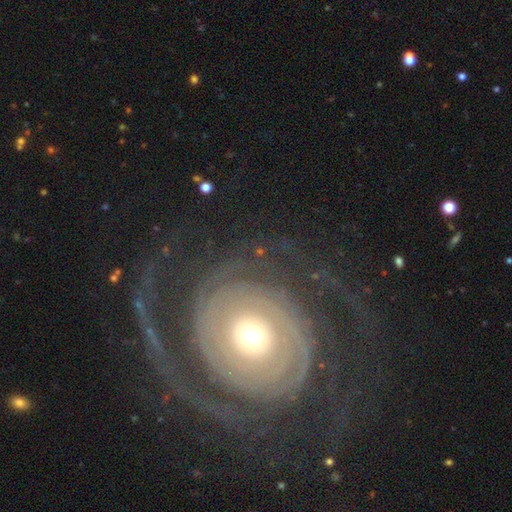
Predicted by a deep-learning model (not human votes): The model was most divided on "spiral arm count": 2: 39%, can't tell: 23%, 3: 12%, more than 4: 9%, 4: 9%, 1: 9%. More confident: edge-on disk — no (97%); spiral arms — yes (94%); smooth or featured — featured or disk (87%); bar — no (78%); spiral winding — tight (73%); merging — none (68%); bulge size — moderate (54%).